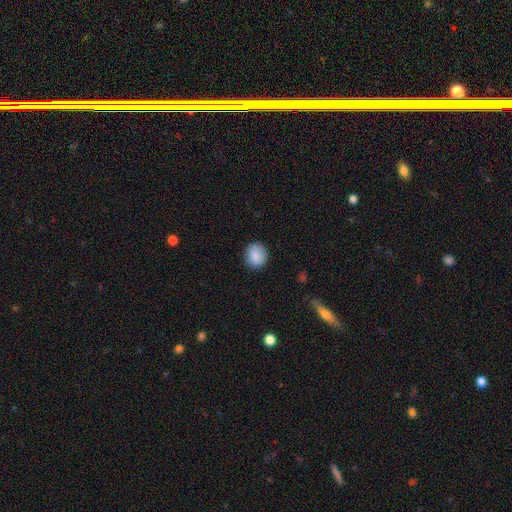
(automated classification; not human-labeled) Smooth or featured? smooth (88%)
How rounded? round (68%)
Merging? none (86%)